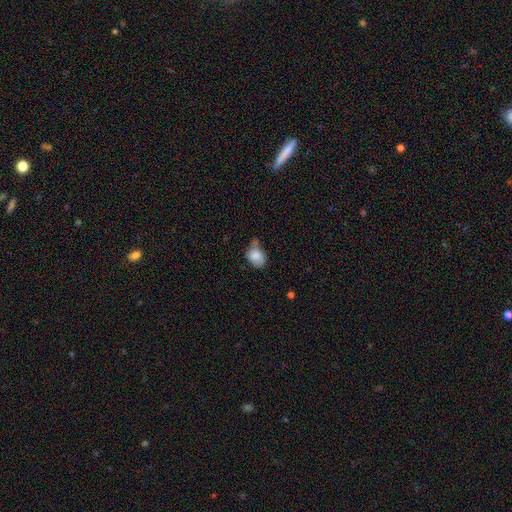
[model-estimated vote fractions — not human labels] A smooth galaxy with no disk features (79%) that is in between round and cigar-shaped (70%).

Vote fractions:
- Smooth or featured? smooth: 79% / featured or disk: 13% / star or artifact: 8%
- How rounded? in between: 70% / round: 28% / cigar-shaped: 1%
- Merging? minor disturbance: 37% / none: 35% / major disturbance: 14% / merger: 14%